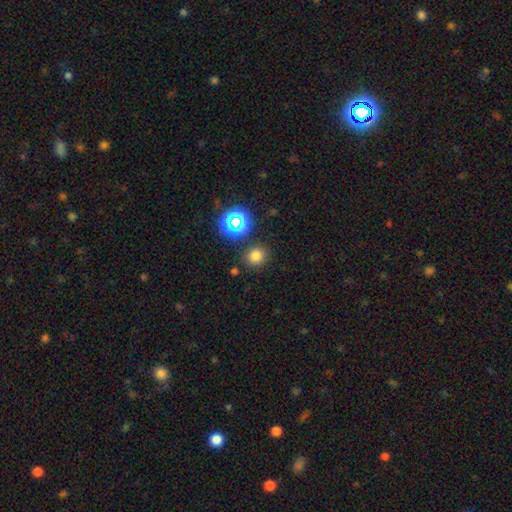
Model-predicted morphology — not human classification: smooth_or_featured: smooth (p=0.73) [alt: star or artifact p=0.21]
how_rounded: round (p=0.86) [alt: in between p=0.13]
merging: none (p=0.85) [alt: minor disturbance p=0.08]